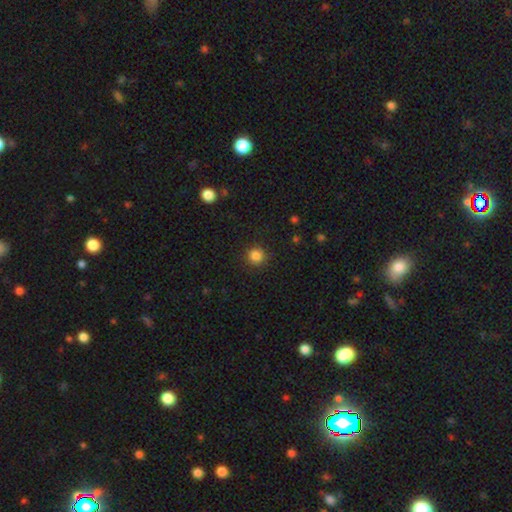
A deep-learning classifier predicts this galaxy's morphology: smooth-or-featured: smooth: 85% | star or artifact: 11% | featured or disk: 4%
  how-rounded: round: 94% | in between: 5% | cigar-shaped: 1%
  merging: none: 91% | minor disturbance: 6% | major disturbance: 2% | merger: 1%